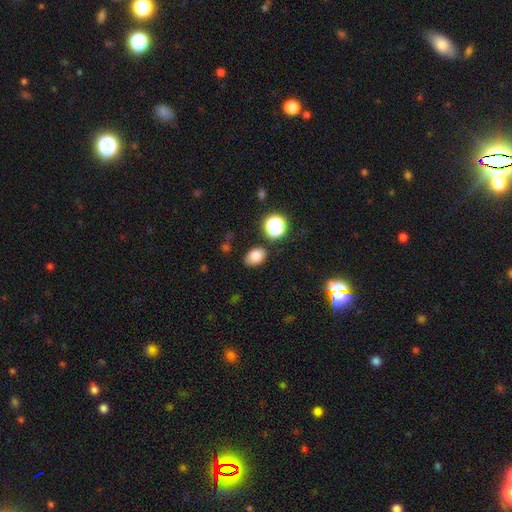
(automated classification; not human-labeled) The model was most divided on "how rounded": in between: 75%, round: 24%, cigar-shaped: 1%. More confident: smooth or featured — smooth (81%); merging — none (78%).